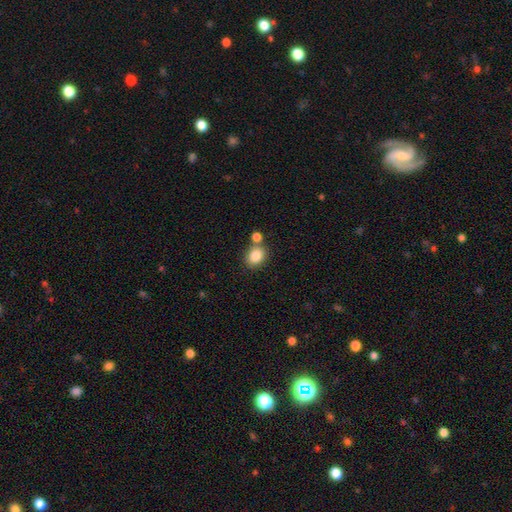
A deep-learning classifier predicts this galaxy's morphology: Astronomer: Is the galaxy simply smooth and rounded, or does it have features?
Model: smooth — 84%.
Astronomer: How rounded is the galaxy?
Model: round — 51% (runner-up: in between, 48%).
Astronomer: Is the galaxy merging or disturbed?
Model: none — 65%.